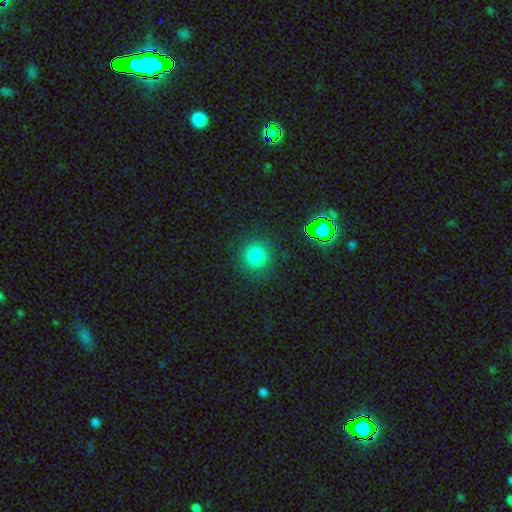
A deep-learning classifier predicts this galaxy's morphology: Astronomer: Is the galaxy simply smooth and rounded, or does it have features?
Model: smooth — 78%.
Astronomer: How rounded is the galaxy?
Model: round — 91%.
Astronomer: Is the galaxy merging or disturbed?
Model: none — 88%.